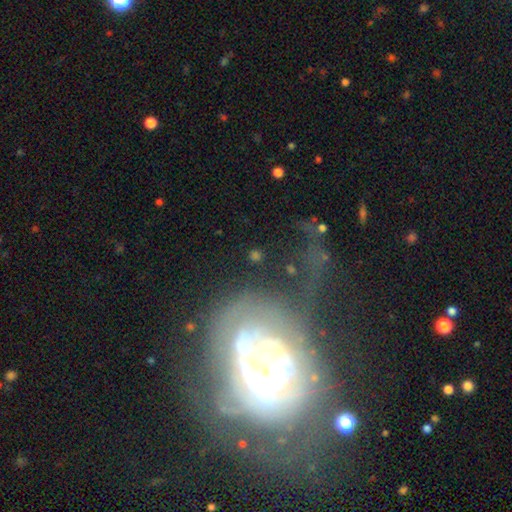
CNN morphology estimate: Smooth or featured? smooth (44%)
Merging? none (67%)